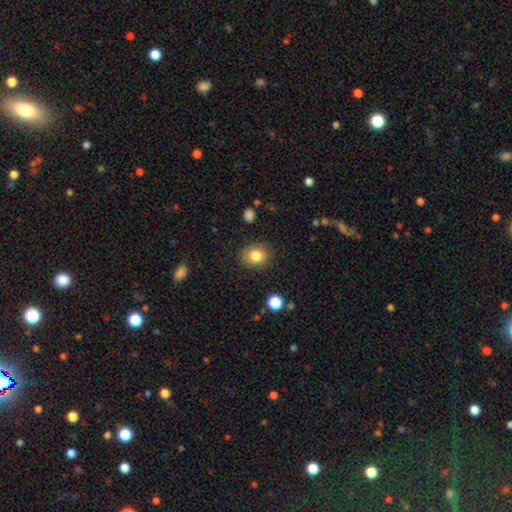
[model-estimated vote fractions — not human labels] smooth_or_featured: smooth (p=0.82) [alt: star or artifact p=0.09]
how_rounded: round (p=0.63) [alt: in between p=0.36]
merging: none (p=0.85) [alt: minor disturbance p=0.11]